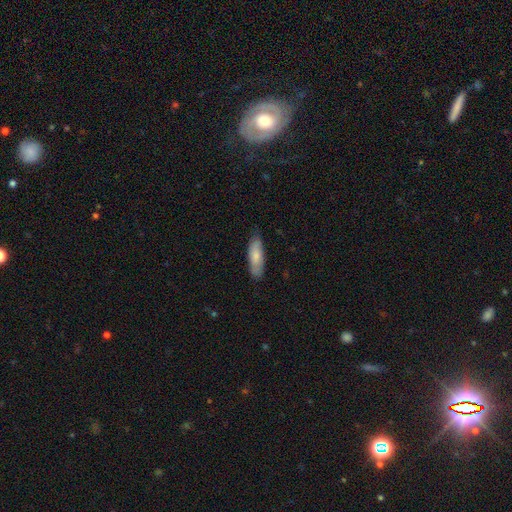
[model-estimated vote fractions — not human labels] smooth 75%, featured or disk 19%, star or artifact 5%. Down the decision tree: how rounded — in between (58%); merging — none (78%).